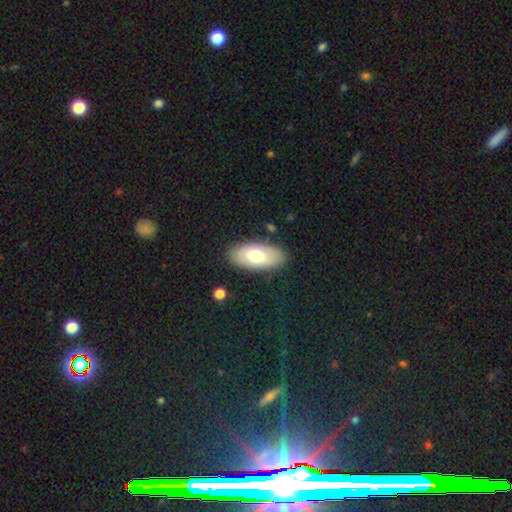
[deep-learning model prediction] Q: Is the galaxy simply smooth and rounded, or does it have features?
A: smooth — 70%.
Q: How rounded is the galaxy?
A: in between — 92%.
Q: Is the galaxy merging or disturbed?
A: none — 86%.